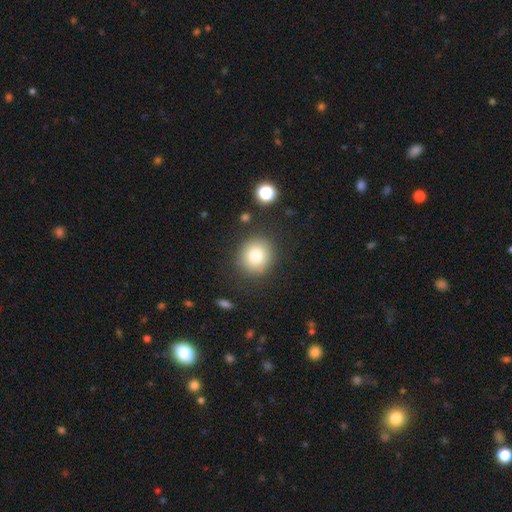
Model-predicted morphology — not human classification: Overall: smooth (79%). How rounded: round (89%). Merging: none (85%).